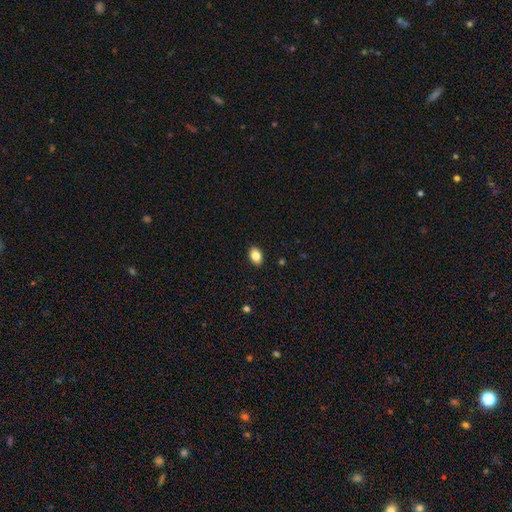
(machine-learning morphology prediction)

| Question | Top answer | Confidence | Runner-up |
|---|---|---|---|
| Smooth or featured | smooth | 85% | star or artifact (8%) |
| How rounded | in between | 84% | round (14%) |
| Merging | none | 90% | minor disturbance (7%) |